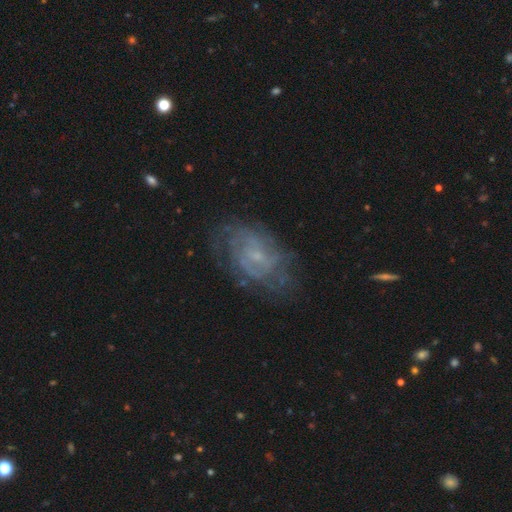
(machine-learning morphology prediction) Smooth or featured? featured or disk (76%)
Edge-on disk? no (96%)
Bar? no (54%)
Spiral arms? yes (86%)
Spiral winding? tight (53%)
Spiral arm count? can't tell (49%)
Bulge size? small (69%)
Merging? none (69%)